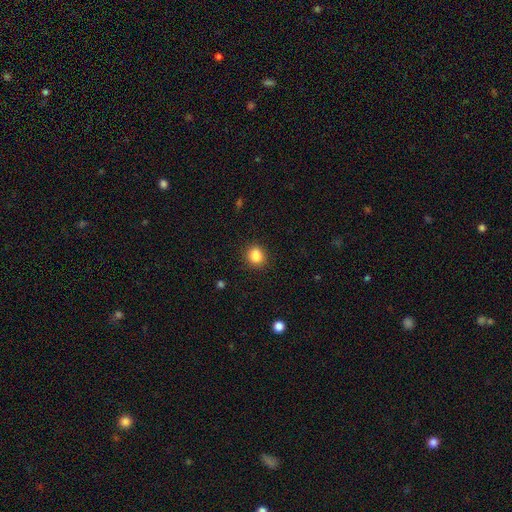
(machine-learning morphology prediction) Overall: smooth (86%). How rounded: round (74%). Merging: none (88%).